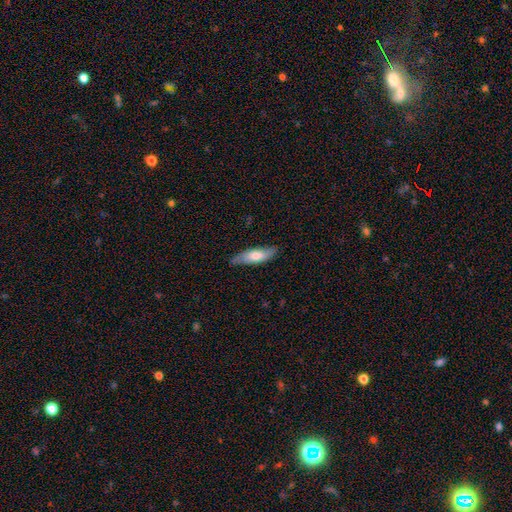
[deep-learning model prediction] The model was most divided on "how rounded": cigar-shaped: 59%, in between: 39%, round: 2%. More confident: merging — none (82%); smooth or featured — smooth (63%).